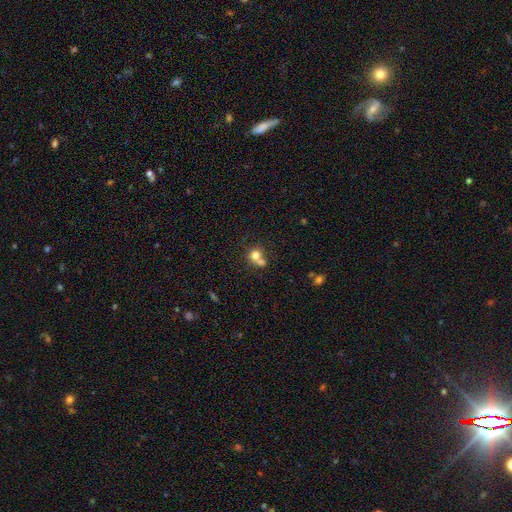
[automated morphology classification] Overall: smooth (74%). How rounded: round (79%). Merging: merger (51%; none 36%).